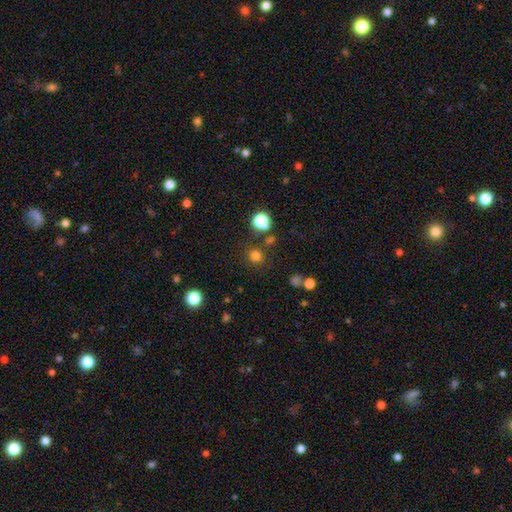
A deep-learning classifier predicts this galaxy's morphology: smooth-or-featured: smooth: 76% | star or artifact: 19% | featured or disk: 5%
  how-rounded: round: 88% | in between: 11% | cigar-shaped: 1%
  merging: none: 80% | minor disturbance: 9% | merger: 7% | major disturbance: 4%